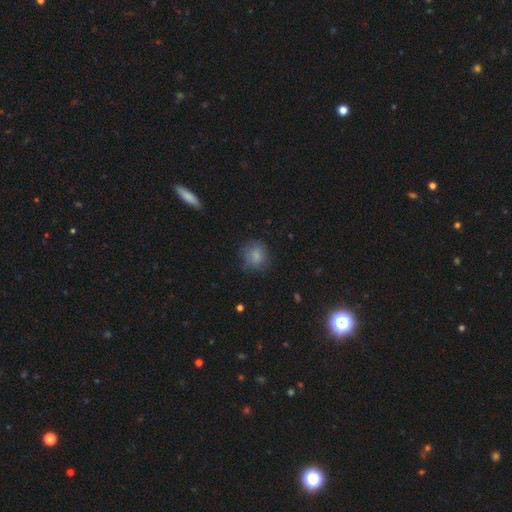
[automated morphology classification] A smooth galaxy with no disk features (79%) that is round (75%). Merging: none (67%).